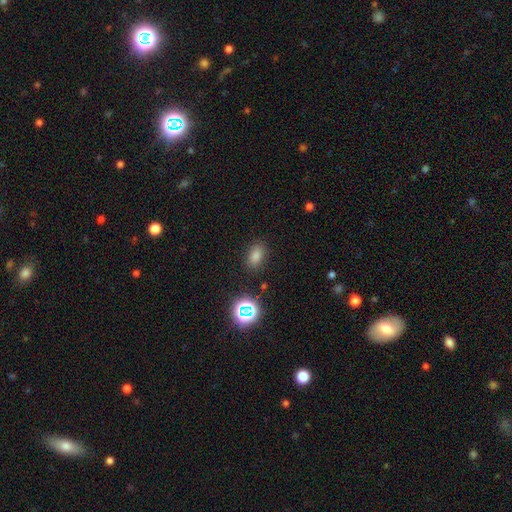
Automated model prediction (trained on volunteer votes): Smooth or featured: smooth — 75% (star or artifact — 19%)
How rounded: in between — 83% (round — 15%)
Merging: none — 86% (minor disturbance — 9%)